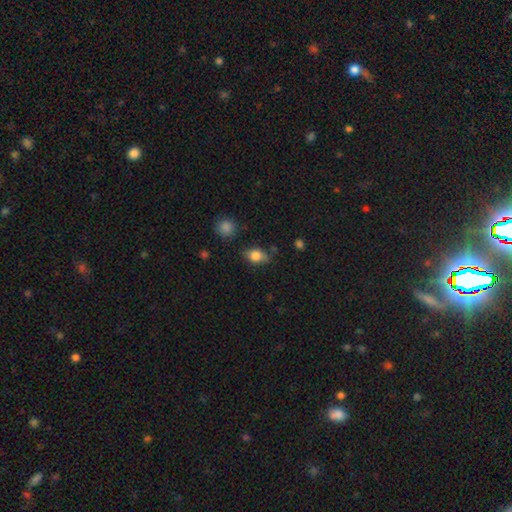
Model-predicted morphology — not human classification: This is likely a smooth galaxy (78%). How rounded: likely in between (75%). Merging: likely none (72%).